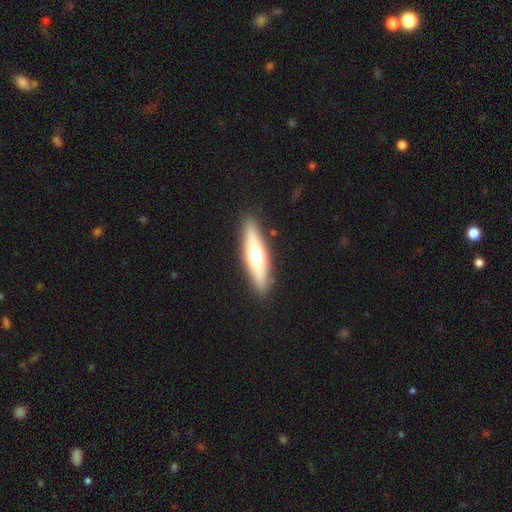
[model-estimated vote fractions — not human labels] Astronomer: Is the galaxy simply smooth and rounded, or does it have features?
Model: featured or disk — 49% (runner-up: smooth, 45%).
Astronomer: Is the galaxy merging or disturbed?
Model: none — 88%.